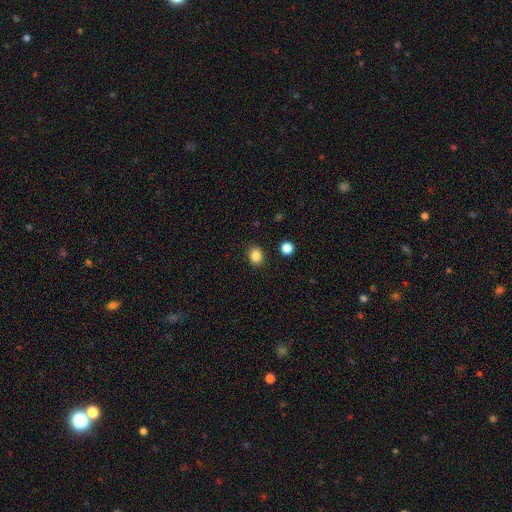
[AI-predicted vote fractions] Morphology: type=smooth (86%); roundness=in between (51%); merging=none (88%).